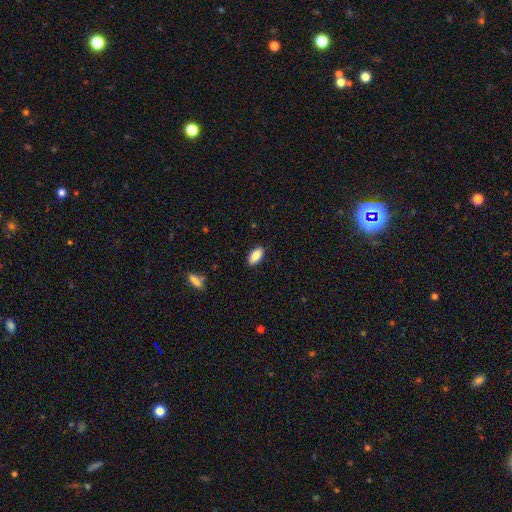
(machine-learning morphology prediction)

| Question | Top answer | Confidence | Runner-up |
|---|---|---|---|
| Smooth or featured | smooth | 87% | star or artifact (7%) |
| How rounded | in between | 91% | cigar-shaped (7%) |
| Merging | none | 88% | minor disturbance (9%) |